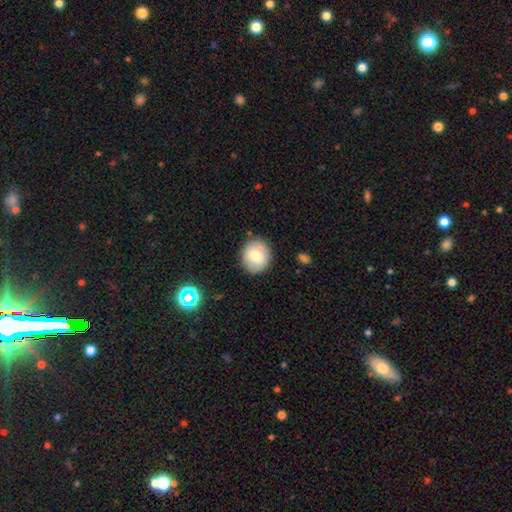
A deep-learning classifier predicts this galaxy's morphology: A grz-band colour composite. It shows a smooth galaxy with no disk features (72%) that is round (82%). Merging: none (76%).